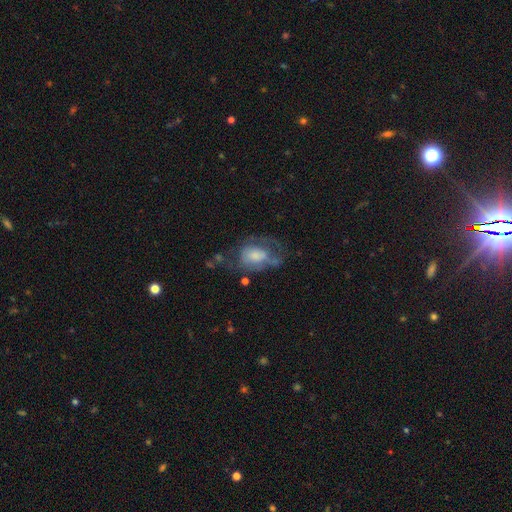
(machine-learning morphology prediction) Smooth or featured: smooth — 46% (featured or disk — 45%)
Merging: major disturbance — 37% (none — 32%)